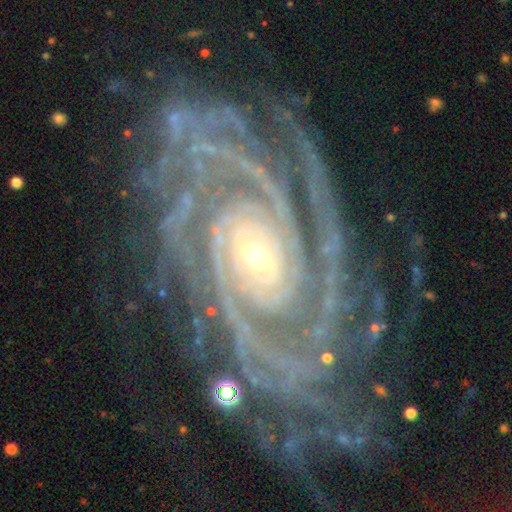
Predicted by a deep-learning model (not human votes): smooth_or_featured: featured or disk (p=0.93) [alt: star or artifact p=0.04]
disk_edge_on: no (p=0.97) [alt: yes p=0.03]
bar: no (p=0.49) [alt: weak p=0.30]
has_spiral_arms: yes (p=0.98) [alt: no p=0.02]
spiral_winding: tight (p=0.77) [alt: medium p=0.18]
spiral_arm_count: 2 (p=0.35) [alt: can't tell p=0.16]
bulge_size: small (p=0.68) [alt: moderate p=0.28]
merging: none (p=0.68) [alt: minor disturbance p=0.16]